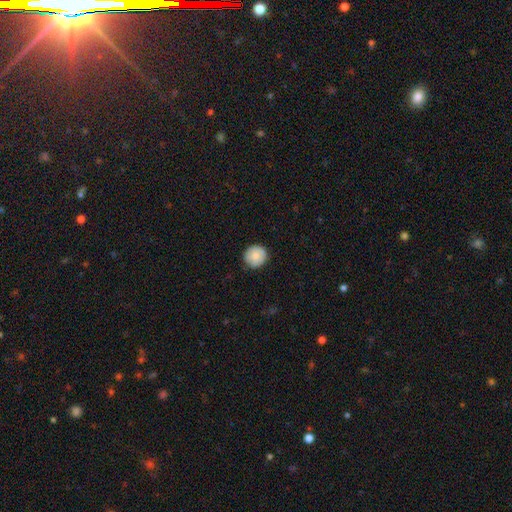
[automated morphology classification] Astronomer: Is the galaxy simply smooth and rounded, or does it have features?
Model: smooth — 81%.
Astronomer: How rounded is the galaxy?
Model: round — 90%.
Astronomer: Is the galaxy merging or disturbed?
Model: none — 83%.